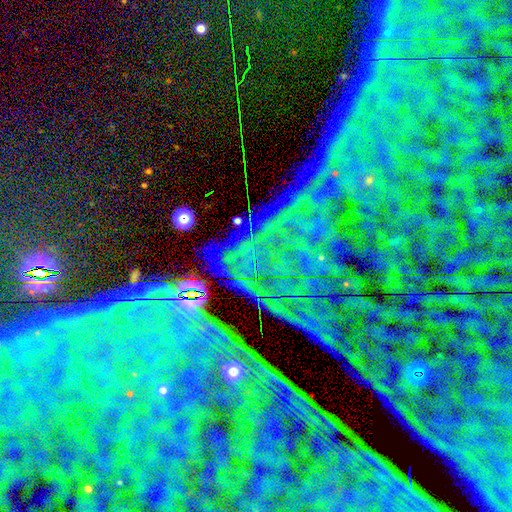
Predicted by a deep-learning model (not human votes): This is clearly a star or artifact rather than a galaxy (86%).